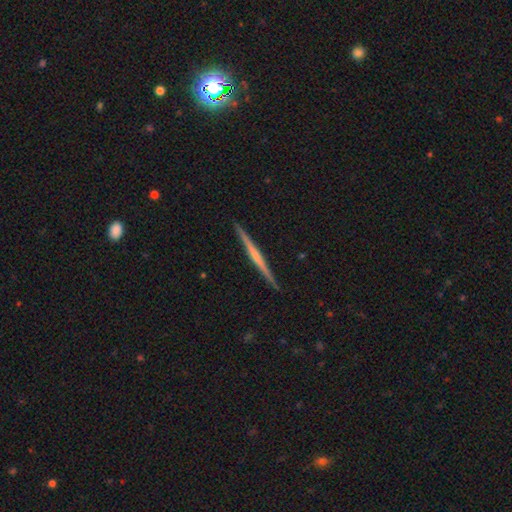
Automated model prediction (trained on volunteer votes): Overall: featured or disk (68%). Edge-on disk: yes (98%). Edge-on bulge: none (59%; rounded 28%). Merging: none (92%).